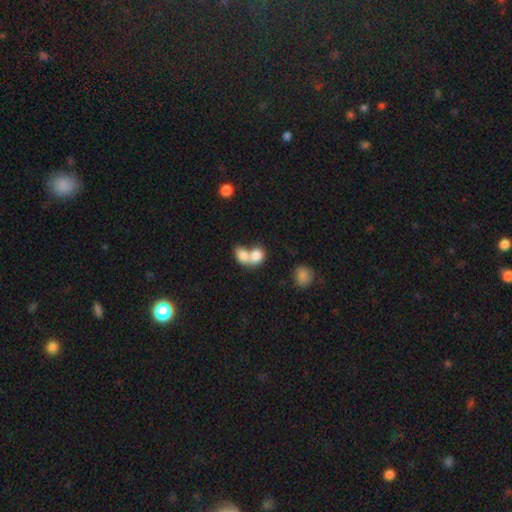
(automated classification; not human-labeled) Morphology: type=smooth (79%); roundness=in between (51%); merging=merger (74%).